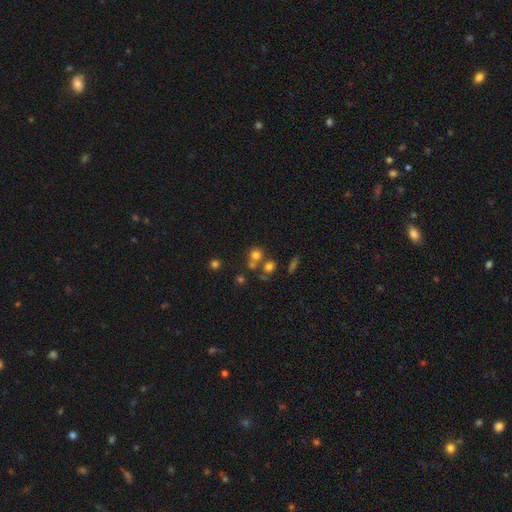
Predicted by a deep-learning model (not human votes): smooth-or-featured: smooth: 69% | star or artifact: 19% | featured or disk: 12%
  how-rounded: round: 85% | in between: 14% | cigar-shaped: 1%
  merging: none: 54% | merger: 33% | minor disturbance: 9% | major disturbance: 5%